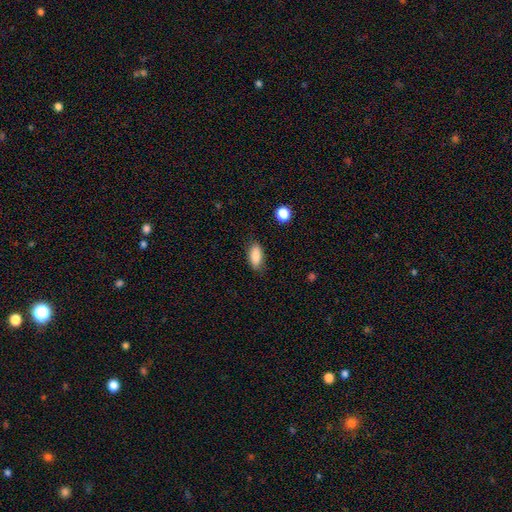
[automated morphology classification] A smooth galaxy with no disk features (86%) that is in between round and cigar-shaped (86%).

Vote fractions:
- Smooth or featured? smooth: 86% / star or artifact: 7% / featured or disk: 7%
- How rounded? in between: 86% / cigar-shaped: 10% / round: 3%
- Merging? none: 82% / minor disturbance: 14% / major disturbance: 3% / merger: 1%